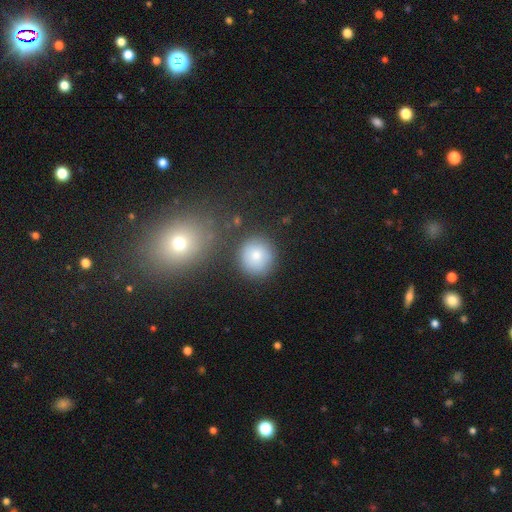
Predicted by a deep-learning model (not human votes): A smooth galaxy with no disk features (80%) that is round (91%). Merging: none (81%).